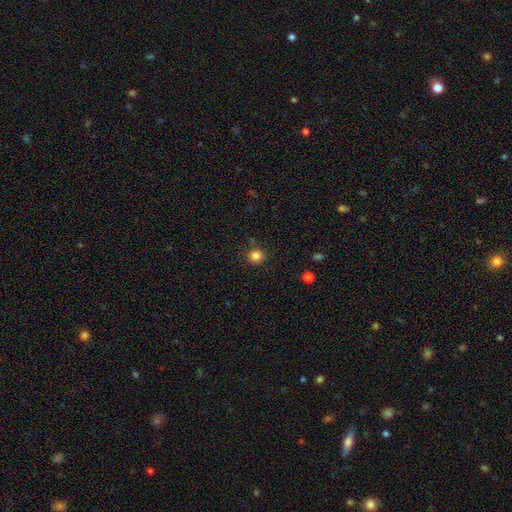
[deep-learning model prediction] A smooth galaxy with no disk features (84%) that is round (91%).

Vote fractions:
- Smooth or featured? smooth: 84% / star or artifact: 12% / featured or disk: 4%
- How rounded? round: 91% / in between: 8% / cigar-shaped: 1%
- Merging? none: 89% / minor disturbance: 7% / major disturbance: 2% / merger: 2%